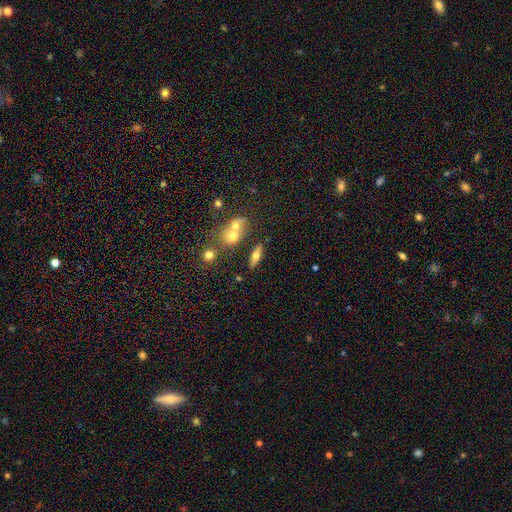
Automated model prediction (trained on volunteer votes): smooth 51%, featured or disk 39%, star or artifact 10%. Down the decision tree: how rounded — in between (56%); merging — none (70%).